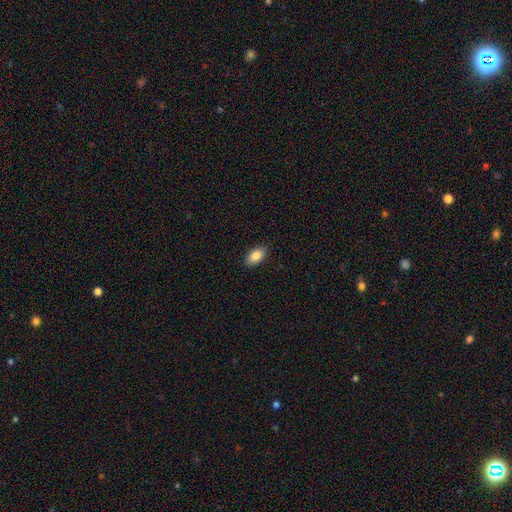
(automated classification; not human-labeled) Overall: smooth (86%). How rounded: in between (92%). Merging: none (87%).